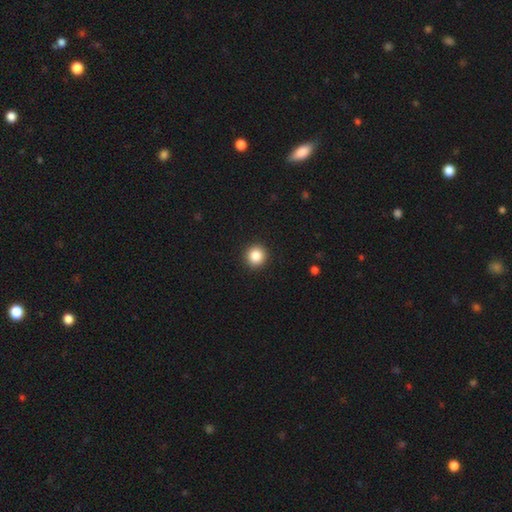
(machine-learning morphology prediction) The model was most divided on "smooth or featured": smooth: 85%, star or artifact: 10%, featured or disk: 5%. More confident: how rounded — round (95%); merging — none (93%).